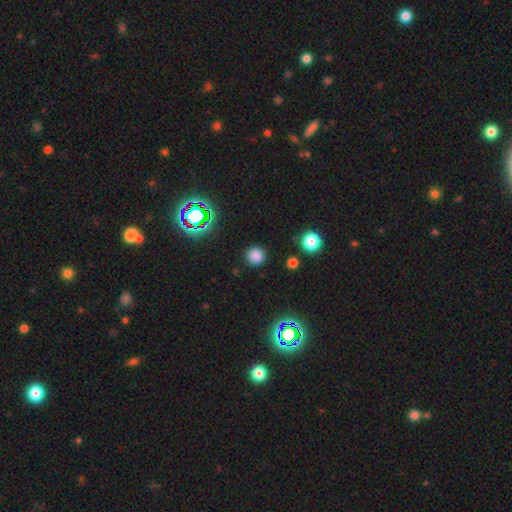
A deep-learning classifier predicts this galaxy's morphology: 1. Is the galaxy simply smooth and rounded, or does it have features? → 77% smooth, 18% star or artifact, 5% featured or disk.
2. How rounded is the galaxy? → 93% round, 6% in between, 1% cigar-shaped.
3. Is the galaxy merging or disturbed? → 89% none, 7% minor disturbance, 3% major disturbance, 2% merger.